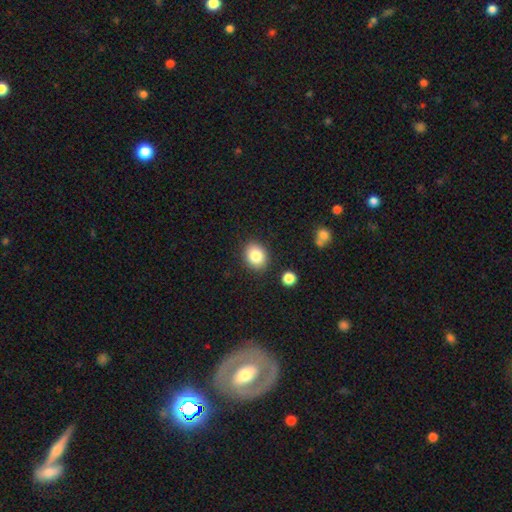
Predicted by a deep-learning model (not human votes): Overall: smooth (83%). How rounded: round (52%; in between 47%). Merging: none (86%).